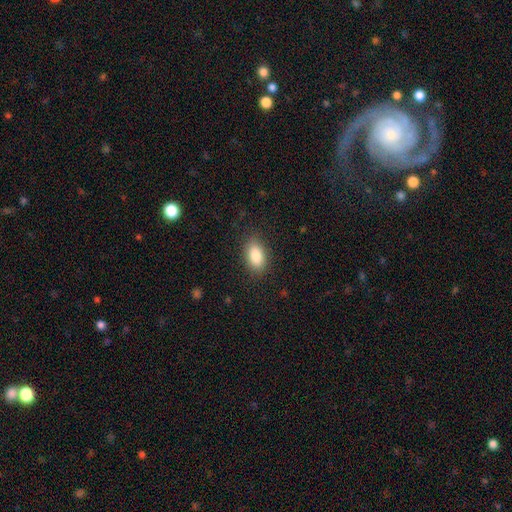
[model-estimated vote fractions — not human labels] A smooth galaxy with no disk features (84%) that is in between round and cigar-shaped (90%). Merging: none (86%).